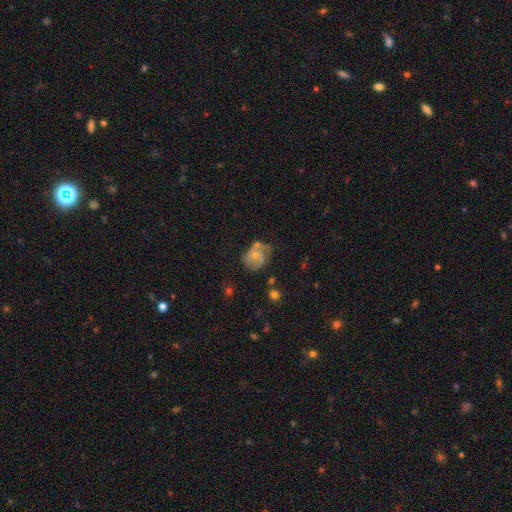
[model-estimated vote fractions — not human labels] A featured or disk galaxy (67%) with no bar (68%), 2 (58%) medium (44%) spiral arms (85%) and a small central bulge (52%).

Vote fractions:
- Smooth or featured? featured or disk: 67% / smooth: 25% / star or artifact: 8%
- Edge-on disk? no: 98% / yes: 2%
- Bar? no: 68% / weak: 28% / strong: 4%
- Spiral arms? yes: 85% / no: 15%
- Spiral winding? medium: 44% / tight: 38% / loose: 17%
- Spiral arm count? 2: 58% / can't tell: 18% / 1: 10% / 3: 10% / 4: 2% / more than 4: 2%
- Bulge size? small: 52% / moderate: 39% / none: 5% / large: 2% / dominant: 1%
- Merging? none: 46% / minor disturbance: 29% / major disturbance: 18% / merger: 8%